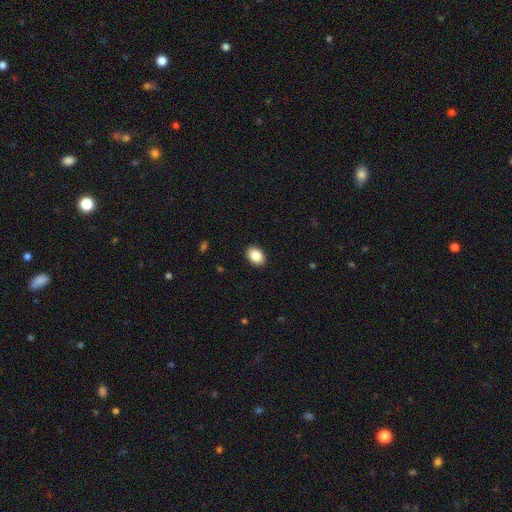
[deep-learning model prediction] The model was most divided on "how rounded": in between: 75%, round: 24%, cigar-shaped: 1%. More confident: merging — none (91%); smooth or featured — smooth (86%).